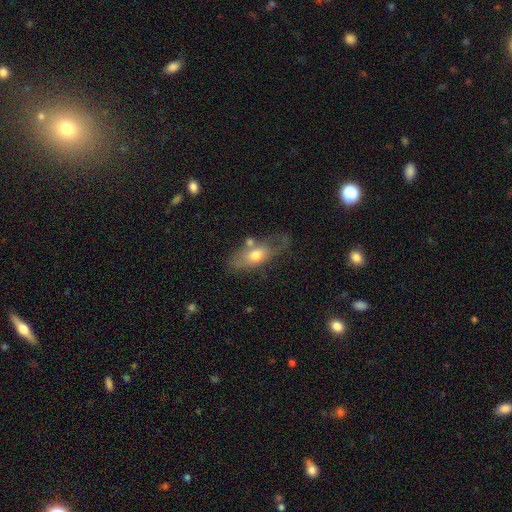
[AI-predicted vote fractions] The model was most divided on "merging": none: 47%, minor disturbance: 25%, major disturbance: 14%, merger: 14%. More confident: how rounded — in between (82%); smooth or featured — smooth (60%).